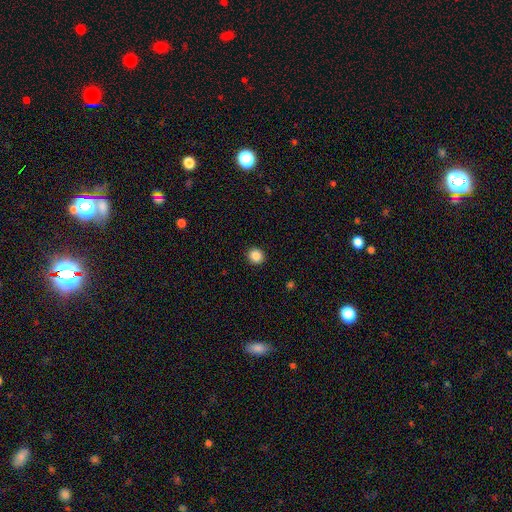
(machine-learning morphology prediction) smooth 87%, star or artifact 10%, featured or disk 3%. Down the decision tree: how rounded — round (91%); merging — none (93%).